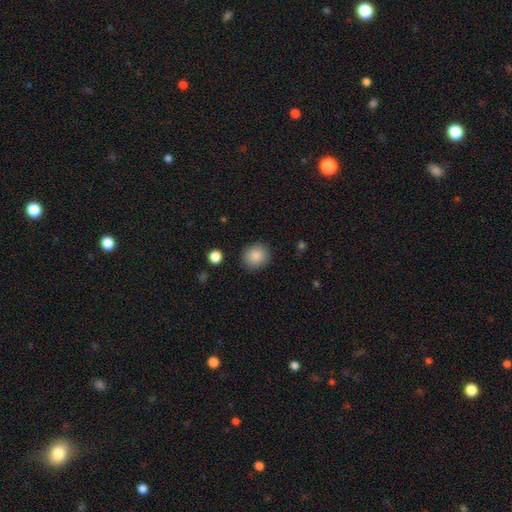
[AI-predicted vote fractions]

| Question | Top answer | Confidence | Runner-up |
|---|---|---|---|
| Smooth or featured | smooth | 87% | star or artifact (8%) |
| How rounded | round | 84% | in between (15%) |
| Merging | none | 89% | minor disturbance (8%) |